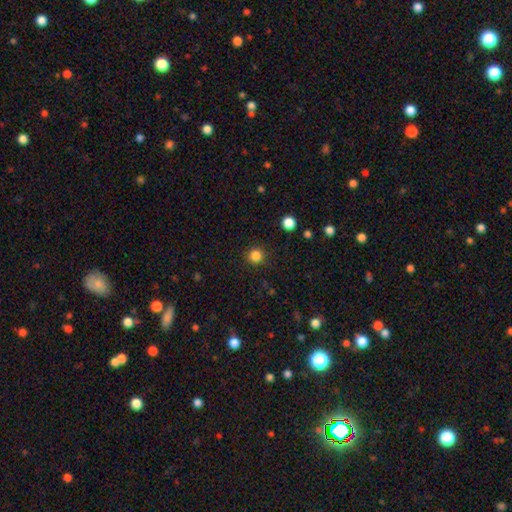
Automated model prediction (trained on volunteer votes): This appears to be a smooth galaxy with no disk features (84%) that is round (93%). Merging: none (90%).